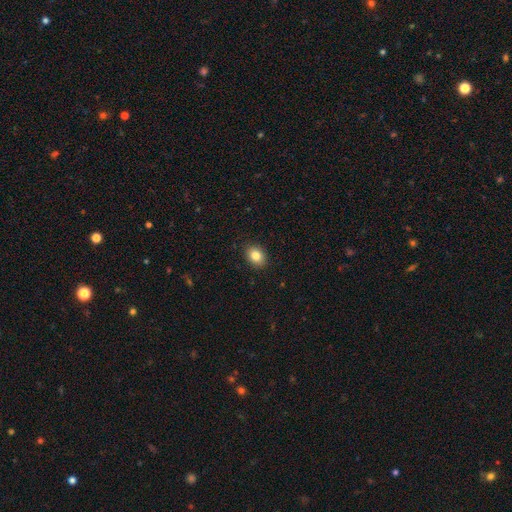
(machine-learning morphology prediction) A smooth galaxy with no disk features (84%) that is in between round and cigar-shaped (61%).

Vote fractions:
- Smooth or featured? smooth: 84% / star or artifact: 9% / featured or disk: 7%
- How rounded? in between: 61% / round: 39% / cigar-shaped: 1%
- Merging? none: 90% / minor disturbance: 7% / major disturbance: 2% / merger: 1%